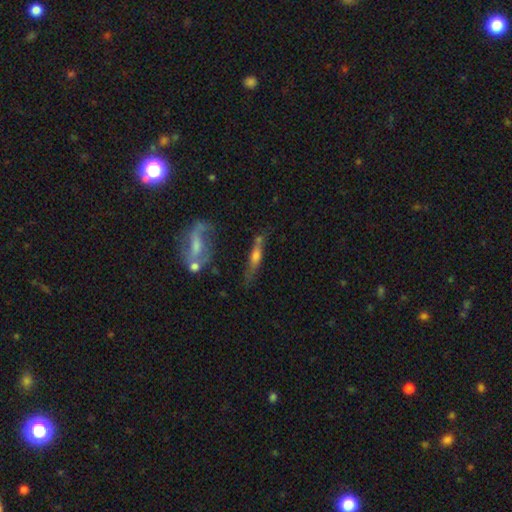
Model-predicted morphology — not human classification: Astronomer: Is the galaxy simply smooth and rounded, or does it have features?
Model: featured or disk — 59%.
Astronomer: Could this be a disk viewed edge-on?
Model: yes — 81%.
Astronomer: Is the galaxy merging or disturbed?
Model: none — 60%.